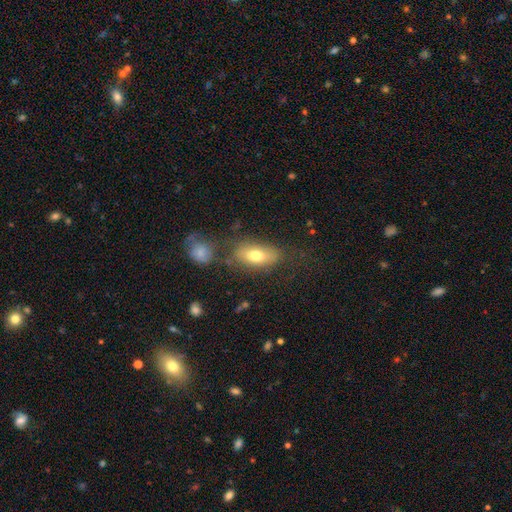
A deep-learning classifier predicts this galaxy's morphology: A smooth galaxy with no disk features (73%) that is in between round and cigar-shaped (86%).

Vote fractions:
- Smooth or featured? smooth: 73% / featured or disk: 19% / star or artifact: 8%
- How rounded? in between: 86% / cigar-shaped: 7% / round: 7%
- Merging? none: 62% / minor disturbance: 18% / merger: 11% / major disturbance: 8%